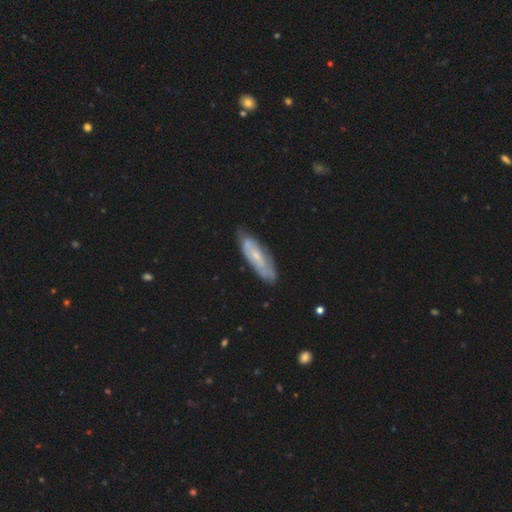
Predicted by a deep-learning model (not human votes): A featured or disk galaxy (55%).

Vote fractions:
- Smooth or featured? featured or disk: 55% / smooth: 39% / star or artifact: 6%
- Edge-on disk? no: 73% / yes: 27%
- Merging? none: 73% / minor disturbance: 20% / major disturbance: 4% / merger: 2%